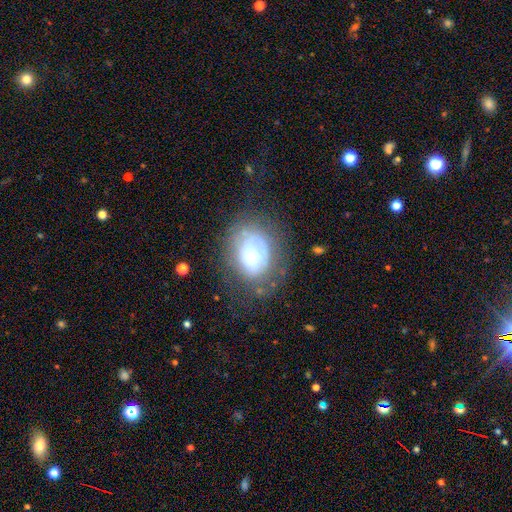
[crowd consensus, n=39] smooth_or_featured: featured or disk (p=0.54) [alt: smooth p=0.36]
disk_edge_on: no (p=1.00)
bar: no (p=0.76) [alt: weak p=0.14]
has_spiral_arms: no (p=0.71) [alt: yes p=0.29]
bulge_size: small (p=0.52) [alt: moderate p=0.33]
merging: none (p=0.43) [alt: minor disturbance p=0.34]